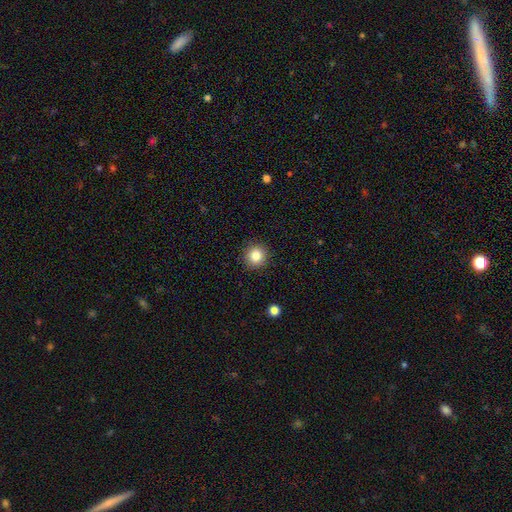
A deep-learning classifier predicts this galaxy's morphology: smooth 84%, star or artifact 10%, featured or disk 6%. Down the decision tree: how rounded — round (94%); merging — none (91%).